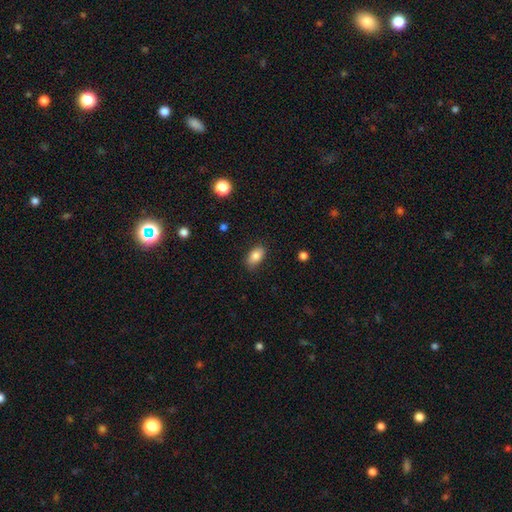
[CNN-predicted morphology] type=smooth (83%); roundness=in between (90%); merging=none (83%).